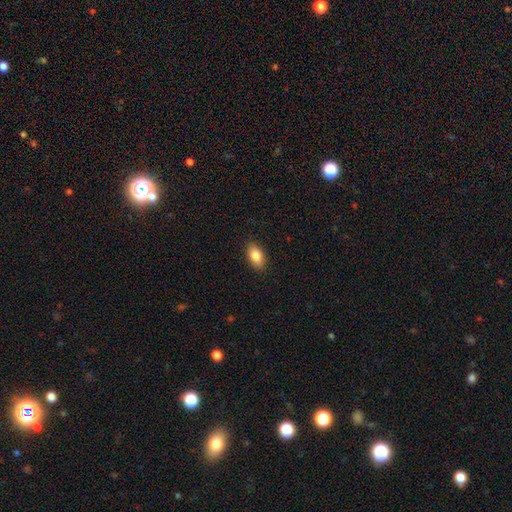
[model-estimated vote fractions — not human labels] Smooth or featured? Predicted: smooth (p=0.85). How rounded? Predicted: in between (p=0.91). Merging? Predicted: none (p=0.89).